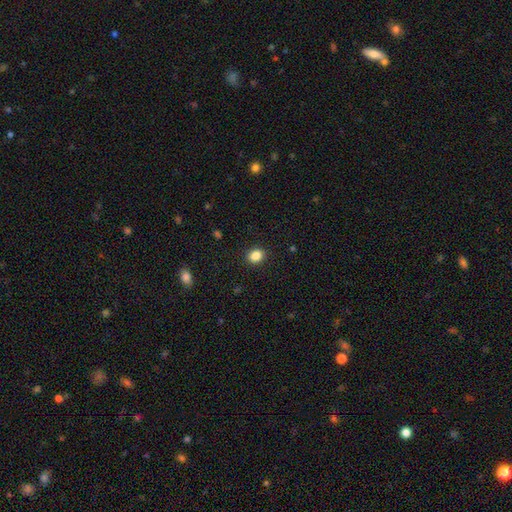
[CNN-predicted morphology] Smooth or featured? Predicted: smooth (p=0.86). How rounded? Predicted: round (p=0.57). Merging? Predicted: none (p=0.90).